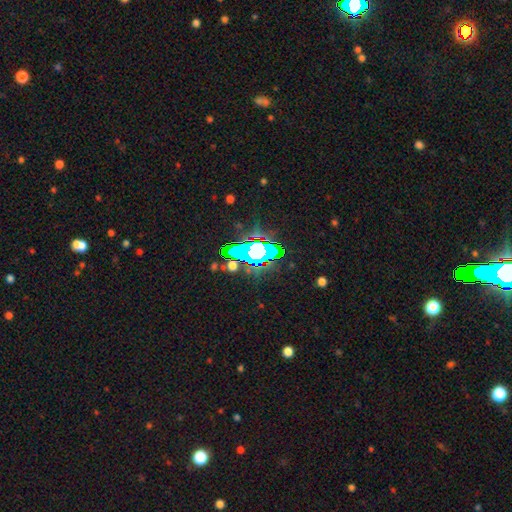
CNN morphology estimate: This is likely a star or artifact rather than a galaxy (71%).